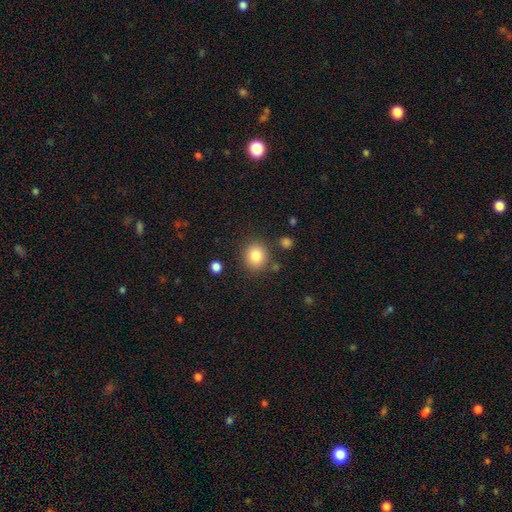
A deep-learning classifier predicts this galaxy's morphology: Smooth or featured? smooth (84%)
How rounded? round (84%)
Merging? none (84%)